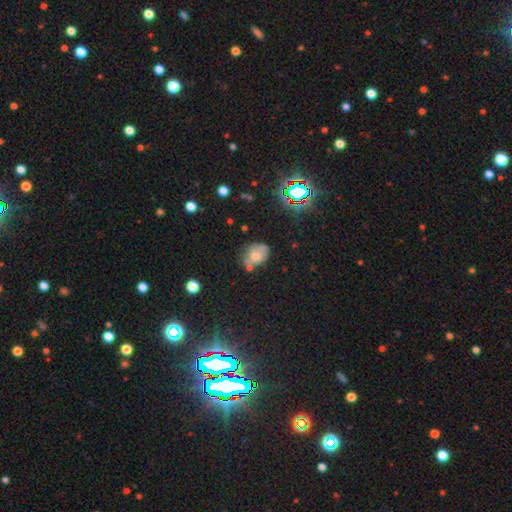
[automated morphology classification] A smooth galaxy with no disk features (57%) that is in between round and cigar-shaped (60%). Merging: none (53%).